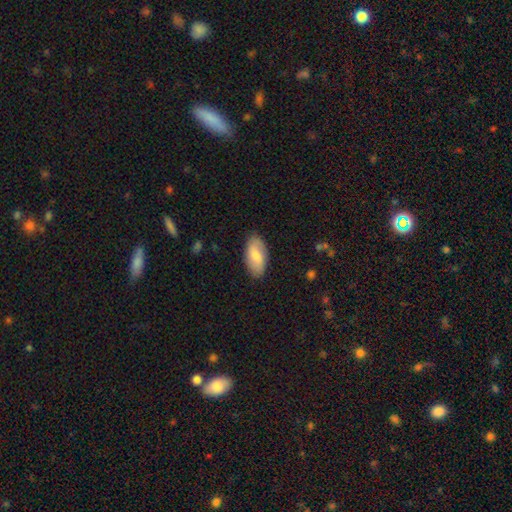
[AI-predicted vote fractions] A smooth galaxy with no disk features (69%) that is in between round and cigar-shaped (92%).

Vote fractions:
- Smooth or featured? smooth: 69% / featured or disk: 26% / star or artifact: 6%
- How rounded? in between: 92% / cigar-shaped: 5% / round: 3%
- Merging? none: 85% / minor disturbance: 11% / major disturbance: 2% / merger: 1%